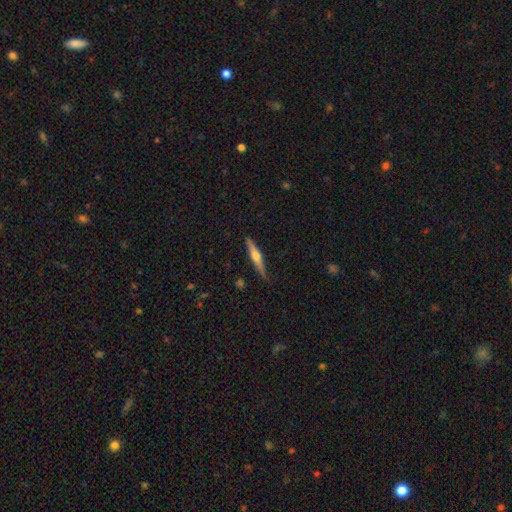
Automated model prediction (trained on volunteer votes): The model was most divided on "smooth or featured": featured or disk: 62%, smooth: 33%, star or artifact: 6%. More confident: edge-on disk — yes (97%); edge-on bulge — rounded (90%); merging — none (83%).